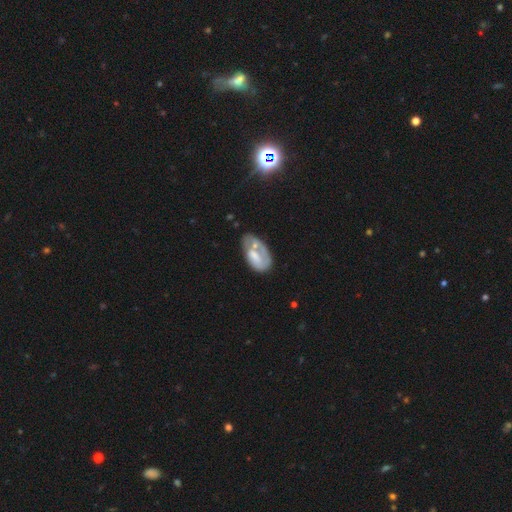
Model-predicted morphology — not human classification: Smooth or featured?
  - featured or disk: 47% *
  - smooth: 46%
  - star or artifact: 7%
Merging?
  - none: 38% *
  - minor disturbance: 25%
  - major disturbance: 22%
  - merger: 15%